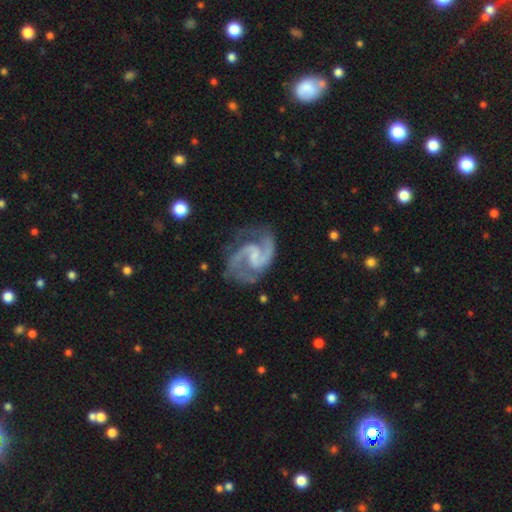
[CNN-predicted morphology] This is clearly a featured or disk galaxy (93%). It is clearly not viewed edge-on (98%). Bar: possibly weak (53%). Spiral arm pattern: clearly yes (98%). Spiral arm count: clearly 2 (92%). Spiral winding: likely medium (64%). Central bulge: marginally small (45%). Merging: likely none (68%).